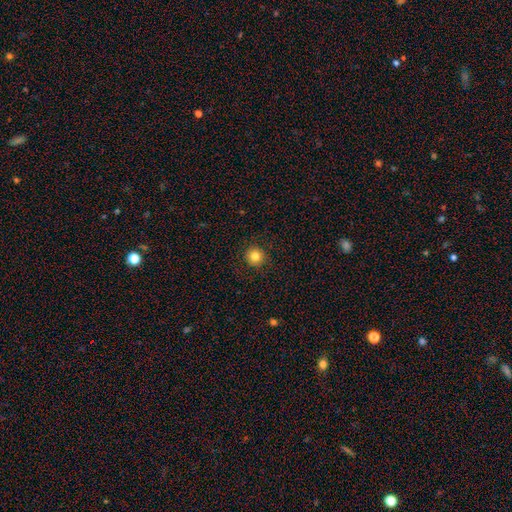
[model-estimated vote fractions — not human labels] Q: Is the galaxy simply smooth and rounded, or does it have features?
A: smooth — 83%.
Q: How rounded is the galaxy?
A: round — 95%.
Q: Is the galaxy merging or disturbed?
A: none — 92%.